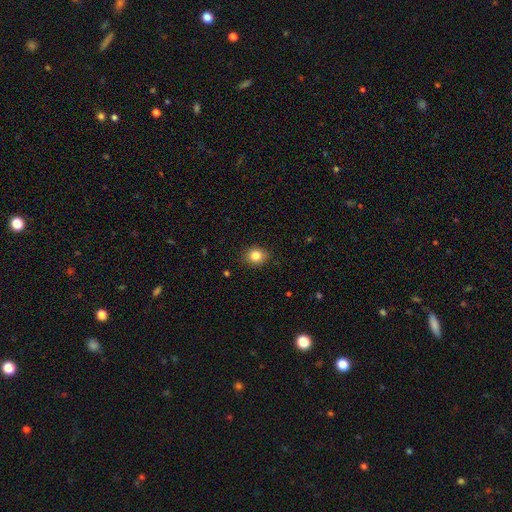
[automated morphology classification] Smooth or featured: smooth — 84% (star or artifact — 10%)
How rounded: round — 63% (in between — 36%)
Merging: none — 87% (minor disturbance — 10%)